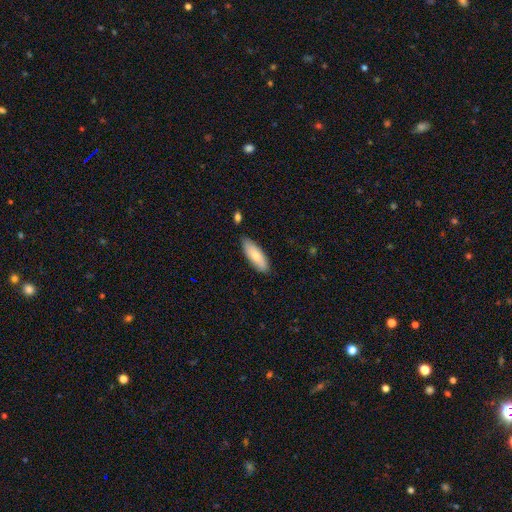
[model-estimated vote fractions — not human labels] Smooth or featured?
  - smooth: 74% *
  - featured or disk: 20%
  - star or artifact: 6%
How rounded?
  - in between: 66% *
  - cigar-shaped: 33%
  - round: 2%
Merging?
  - none: 81% *
  - minor disturbance: 14%
  - merger: 2%
  - major disturbance: 2%